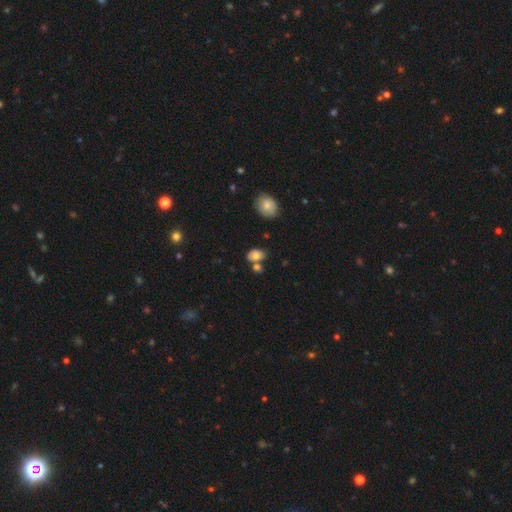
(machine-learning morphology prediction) A smooth galaxy with no disk features (73%) that is in between round and cigar-shaped (75%).

Vote fractions:
- Smooth or featured? smooth: 73% / featured or disk: 16% / star or artifact: 11%
- How rounded? in between: 75% / round: 23% / cigar-shaped: 2%
- Merging? none: 49% / merger: 29% / minor disturbance: 16% / major disturbance: 5%